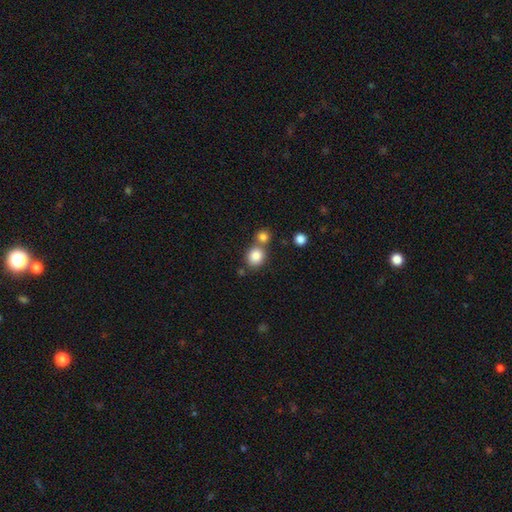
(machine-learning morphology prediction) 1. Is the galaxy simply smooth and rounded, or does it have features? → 85% smooth, 10% star or artifact, 6% featured or disk.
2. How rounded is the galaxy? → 77% round, 22% in between, 1% cigar-shaped.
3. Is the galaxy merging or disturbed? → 58% none, 31% merger, 9% minor disturbance, 3% major disturbance.